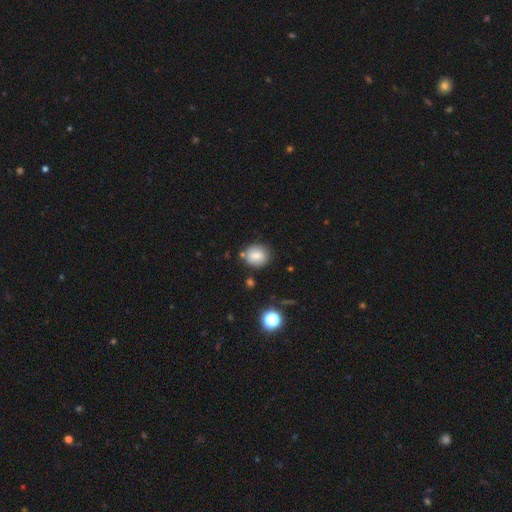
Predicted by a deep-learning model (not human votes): This appears to be a smooth galaxy with no disk features (80%) that is round (80%). Merging: none (79%).